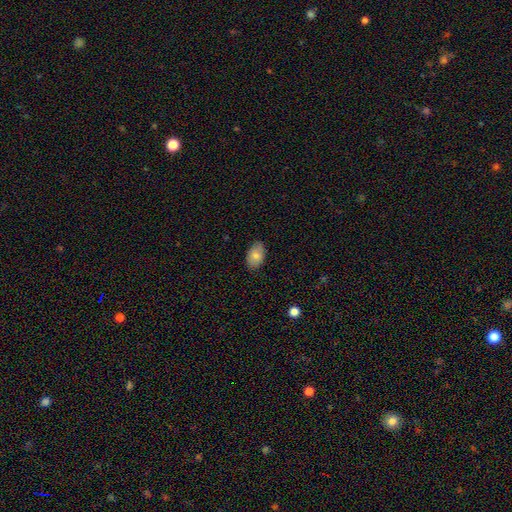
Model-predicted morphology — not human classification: Smooth or featured: smooth — 81% (featured or disk — 12%)
How rounded: in between — 91% (round — 8%)
Merging: none — 82% (minor disturbance — 15%)